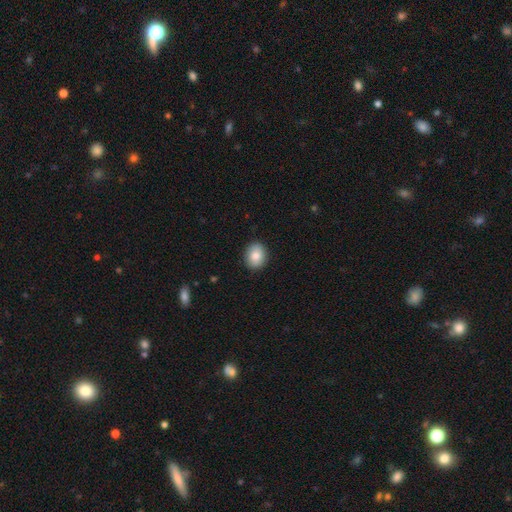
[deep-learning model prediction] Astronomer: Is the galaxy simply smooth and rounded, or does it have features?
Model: smooth — 83%.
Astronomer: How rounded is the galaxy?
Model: round — 64%.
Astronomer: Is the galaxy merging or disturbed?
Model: none — 90%.